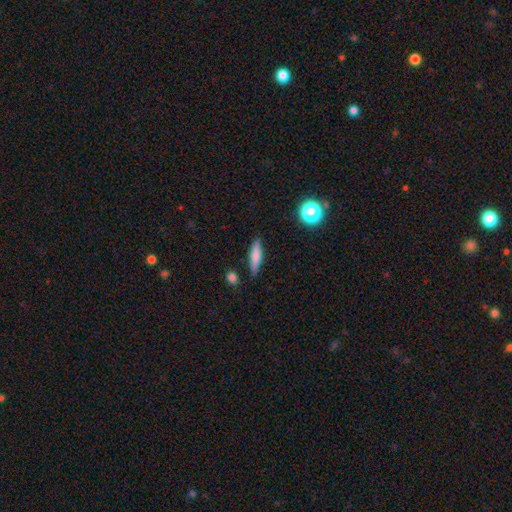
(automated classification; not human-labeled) smooth_or_featured: smooth (p=0.69) [alt: featured or disk p=0.23]
how_rounded: cigar-shaped (p=0.77) [alt: in between p=0.21]
merging: none (p=0.84) [alt: minor disturbance p=0.11]